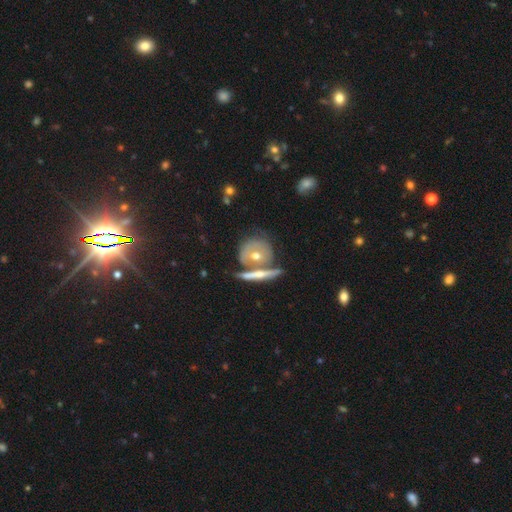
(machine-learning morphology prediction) Smooth or featured?
  - featured or disk: 53% *
  - smooth: 40%
  - star or artifact: 7%
Edge-on disk?
  - no: 60% *
  - yes: 40%
Merging?
  - none: 48% *
  - merger: 29%
  - minor disturbance: 16%
  - major disturbance: 7%